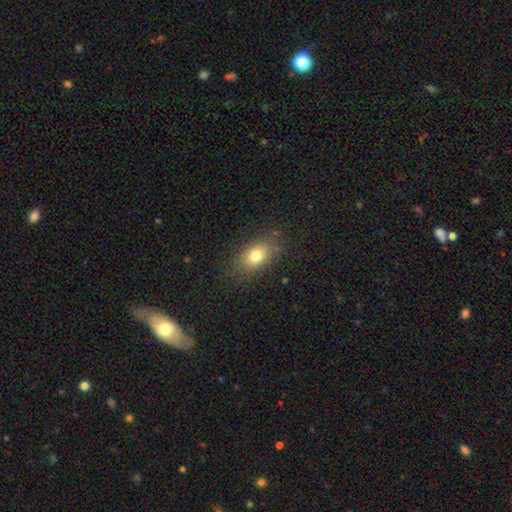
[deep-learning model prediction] Smooth or featured: smooth — 77% (featured or disk — 12%)
How rounded: in between — 81% (round — 16%)
Merging: none — 81% (minor disturbance — 13%)